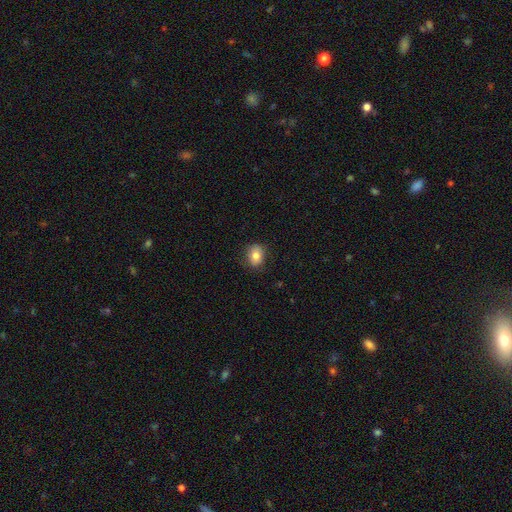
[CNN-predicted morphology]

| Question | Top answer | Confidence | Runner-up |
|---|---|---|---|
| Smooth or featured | smooth | 79% | featured or disk (12%) |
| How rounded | round | 50% | in between (49%) |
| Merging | none | 82% | minor disturbance (14%) |